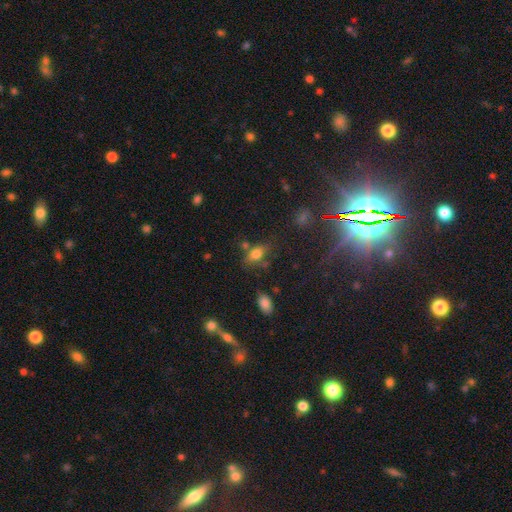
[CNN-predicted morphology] Smooth or featured? star or artifact (44%)